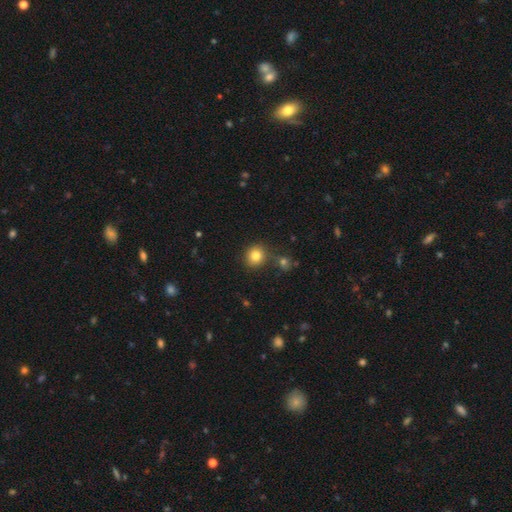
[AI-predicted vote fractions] The model was most divided on "merging": none: 76%, merger: 11%, minor disturbance: 10%, major disturbance: 3%. More confident: how rounded — round (85%); smooth or featured — smooth (82%).